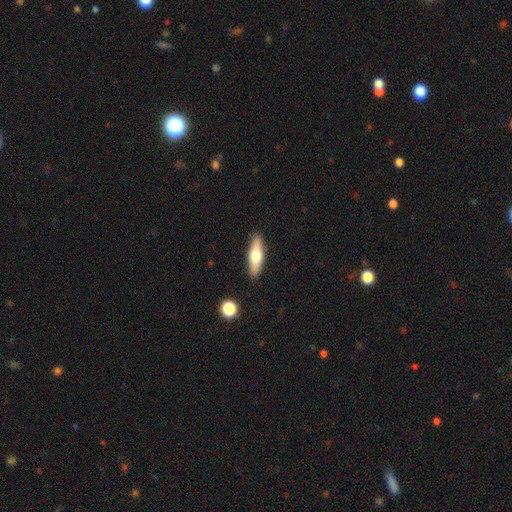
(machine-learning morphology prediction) This appears to be a smooth galaxy with no disk features (54%) that is cigar-shaped (51%). Merging: none (89%).